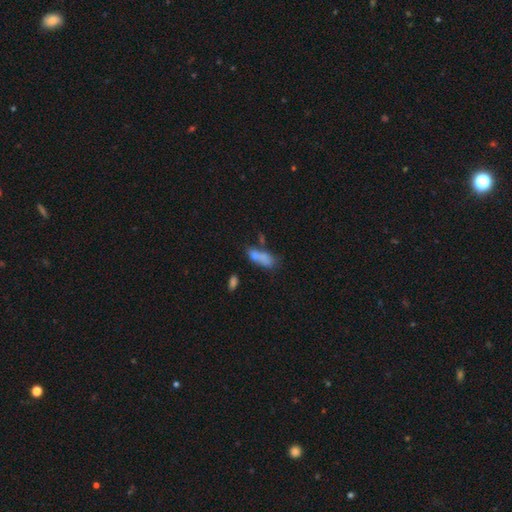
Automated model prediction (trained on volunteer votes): Smooth or featured?
  - smooth: 66% *
  - featured or disk: 20%
  - star or artifact: 14%
How rounded?
  - in between: 69% *
  - cigar-shaped: 21%
  - round: 9%
Merging?
  - merger: 40% *
  - none: 34%
  - minor disturbance: 15%
  - major disturbance: 11%